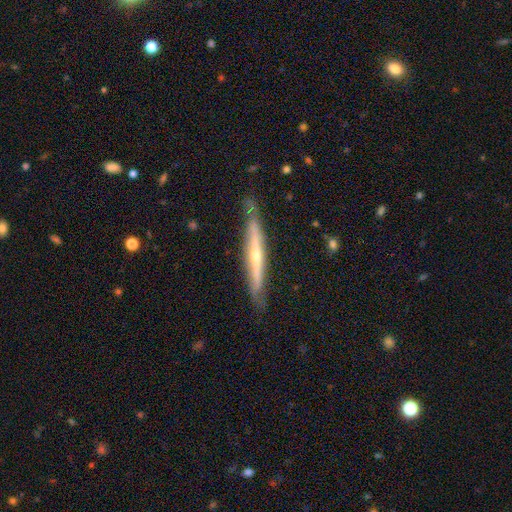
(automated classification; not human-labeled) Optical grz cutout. It shows a featured or disk galaxy (69%) viewed edge-on (93%) with a rounded central bulge (65%). Merging: none (78%).